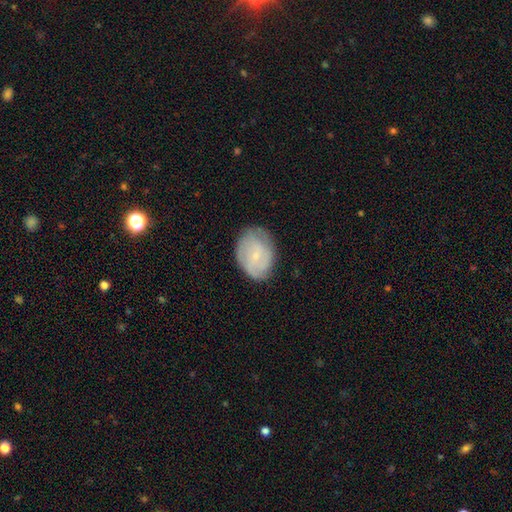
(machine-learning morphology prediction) The model was most divided on "smooth or featured": featured or disk: 50%, smooth: 43%, star or artifact: 8%. More confident: merging — none (72%).